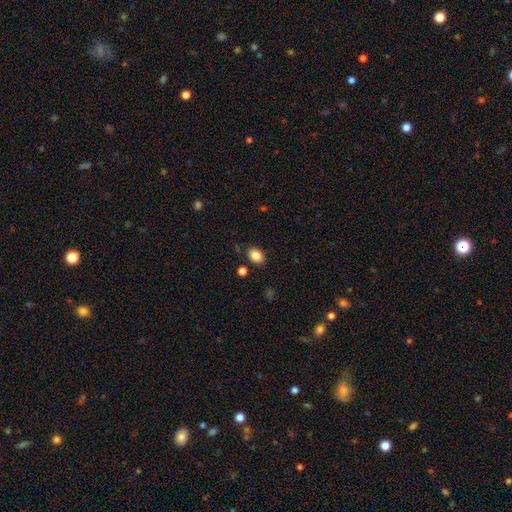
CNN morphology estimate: smooth-or-featured: smooth: 86% | star or artifact: 9% | featured or disk: 5%
  how-rounded: in between: 71% | round: 28% | cigar-shaped: 1%
  merging: none: 84% | minor disturbance: 10% | merger: 3% | major disturbance: 3%